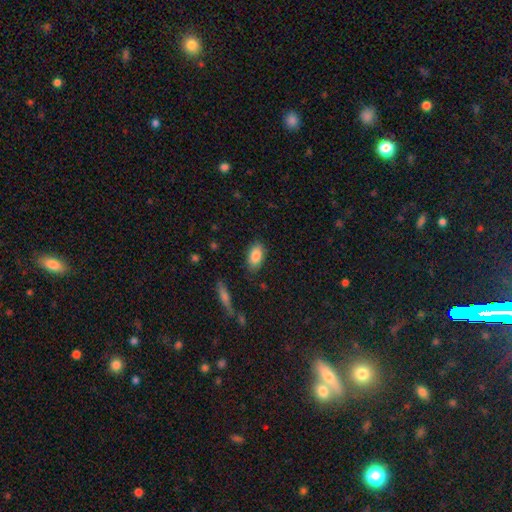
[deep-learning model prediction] smooth 85%, featured or disk 8%, star or artifact 7%. Down the decision tree: how rounded — in between (91%); merging — none (84%).